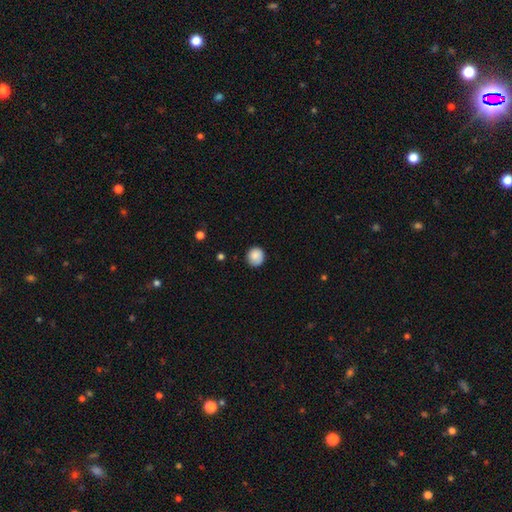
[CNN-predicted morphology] Smooth or featured? Predicted: smooth (p=0.87). How rounded? Predicted: round (p=0.91). Merging? Predicted: none (p=0.86).